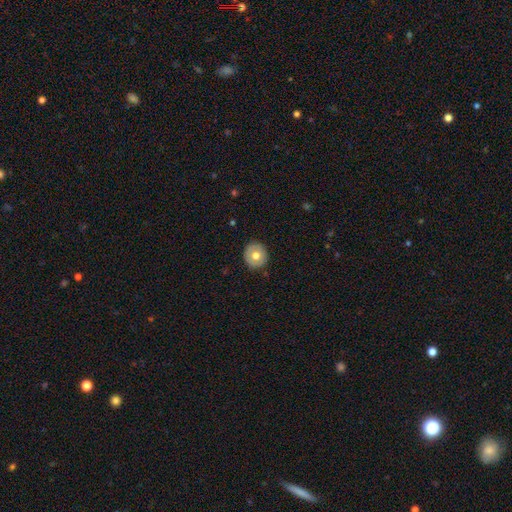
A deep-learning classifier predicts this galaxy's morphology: A smooth galaxy with no disk features (64%) that is round (88%).

Vote fractions:
- Smooth or featured? smooth: 64% / featured or disk: 30% / star or artifact: 7%
- How rounded? round: 88% / in between: 11% / cigar-shaped: 1%
- Merging? none: 88% / minor disturbance: 9% / major disturbance: 2% / merger: 1%